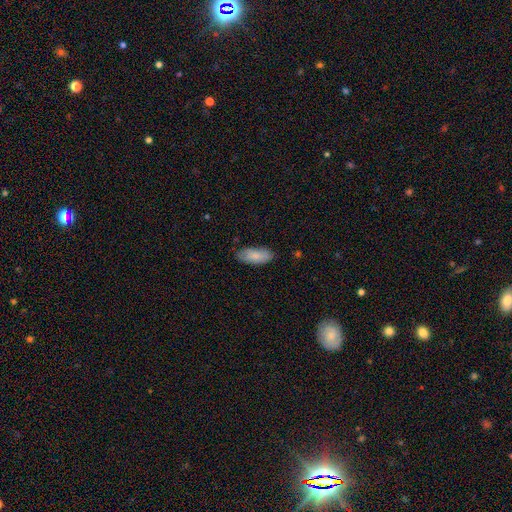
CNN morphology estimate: This appears to be a smooth galaxy with no disk features (83%) that is in between round and cigar-shaped (84%). Merging: none (79%).